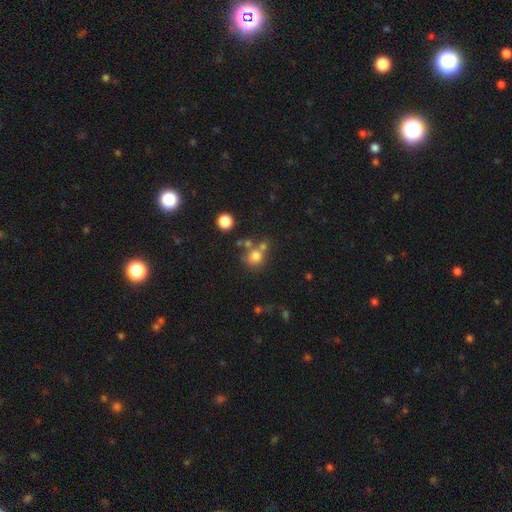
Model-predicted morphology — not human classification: type=smooth (74%); roundness=round (85%); merging=none (53%).